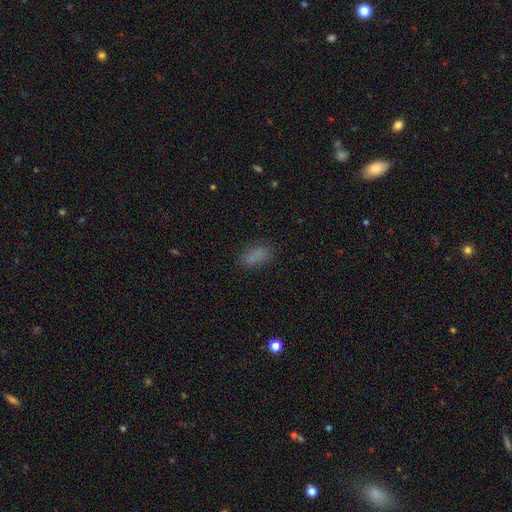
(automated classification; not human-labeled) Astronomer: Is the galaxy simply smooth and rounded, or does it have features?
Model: smooth — 78%.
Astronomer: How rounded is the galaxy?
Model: in between — 86%.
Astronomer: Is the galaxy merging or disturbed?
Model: none — 76%.